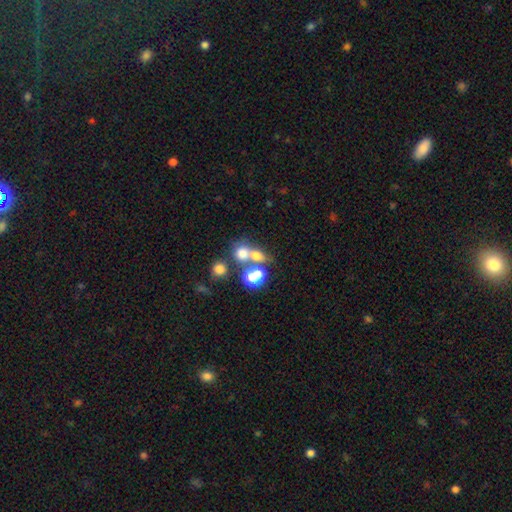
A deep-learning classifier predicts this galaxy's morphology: Smooth or featured? Predicted: smooth (p=0.64). How rounded? Predicted: round (p=0.59). Merging? Predicted: merger (p=0.45).